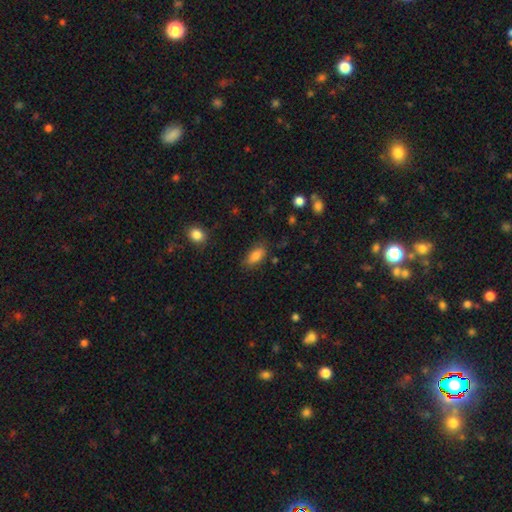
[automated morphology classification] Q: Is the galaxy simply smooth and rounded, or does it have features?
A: smooth — 80%.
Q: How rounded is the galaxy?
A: in between — 86%.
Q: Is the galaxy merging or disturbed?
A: none — 76%.